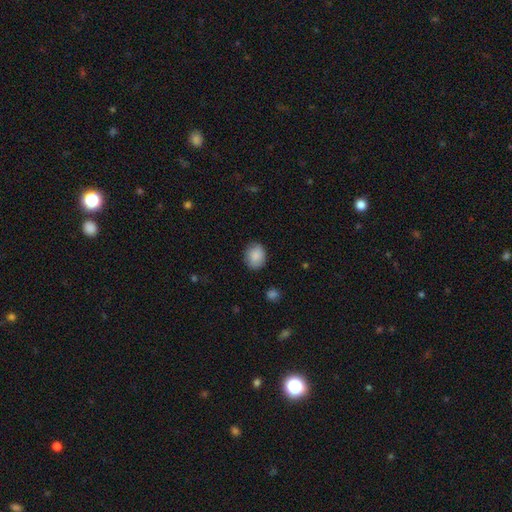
smooth_or_featured: smooth (p=0.92) [alt: star or artifact p=0.05]
how_rounded: round (p=0.57) [alt: in between p=0.43]
merging: none (p=0.97) [alt: merger p=0.03]